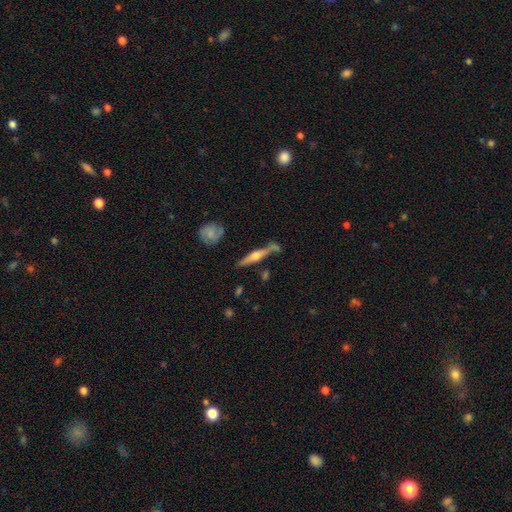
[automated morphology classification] Q: Smooth or featured?
A: featured or disk (70%); runner-up: smooth (24%)
Q: Edge-on disk?
A: yes (96%); runner-up: no (4%)
Q: Edge-on bulge?
A: rounded (90%); runner-up: boxy (6%)
Q: Merging?
A: none (70%); runner-up: minor disturbance (16%)